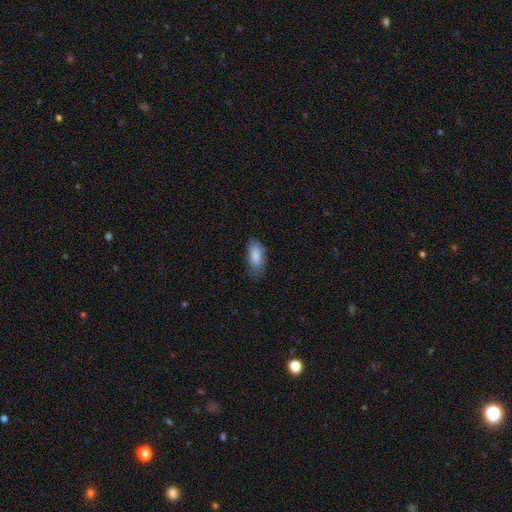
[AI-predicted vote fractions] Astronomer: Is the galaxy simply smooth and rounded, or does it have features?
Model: smooth — 85%.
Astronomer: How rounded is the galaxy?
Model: in between — 89%.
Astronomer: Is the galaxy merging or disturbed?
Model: none — 72%.